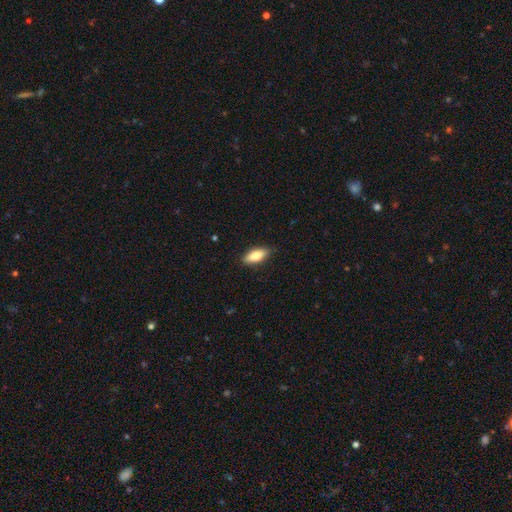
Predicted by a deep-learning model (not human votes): Q: Smooth or featured?
A: smooth (79%); runner-up: featured or disk (15%)
Q: How rounded?
A: in between (76%); runner-up: cigar-shaped (21%)
Q: Merging?
A: none (86%); runner-up: minor disturbance (11%)